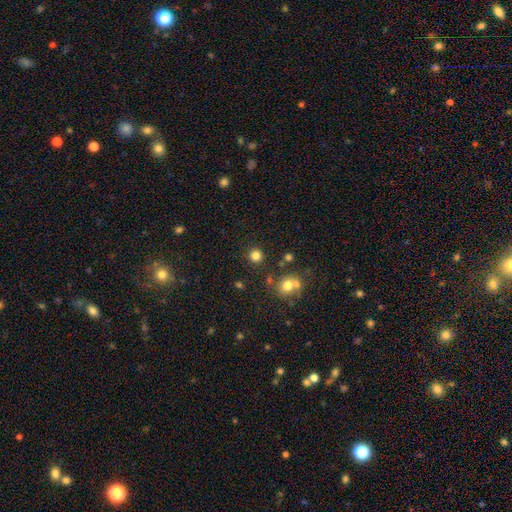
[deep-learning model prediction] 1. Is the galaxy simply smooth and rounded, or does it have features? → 81% smooth, 14% star or artifact, 5% featured or disk.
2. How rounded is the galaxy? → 93% round, 6% in between, 1% cigar-shaped.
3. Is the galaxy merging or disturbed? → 86% none, 7% minor disturbance, 4% merger, 3% major disturbance.